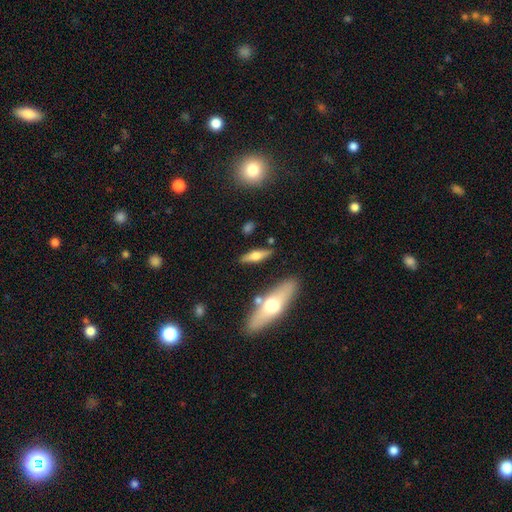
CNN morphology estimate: A featured or disk galaxy (55%) viewed edge-on (92%) with a rounded central bulge (93%).

Vote fractions:
- Smooth or featured? featured or disk: 55% / smooth: 38% / star or artifact: 7%
- Edge-on disk? yes: 92% / no: 8%
- Edge-on bulge? rounded: 93% / boxy: 5% / none: 2%
- Merging? none: 82% / minor disturbance: 10% / merger: 5% / major disturbance: 3%